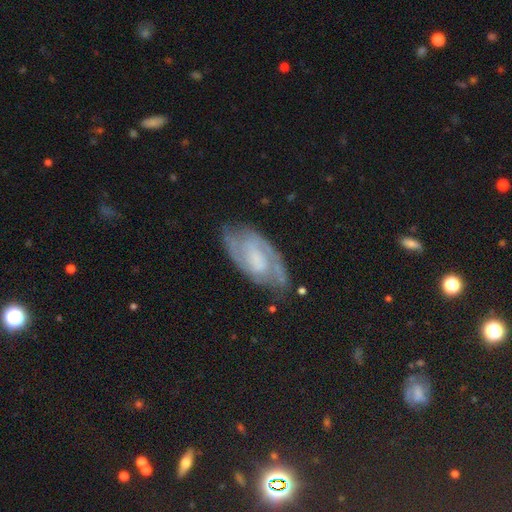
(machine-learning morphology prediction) featured or disk 69%, star or artifact 17%, smooth 13%. Down the decision tree: edge-on disk — no (95%); bar — weak (51%); spiral arms — yes (93%); spiral arm count — 2 (79%); spiral winding — tight (45%); bulge size — moderate (34%, tied with small); merging — none (80%).